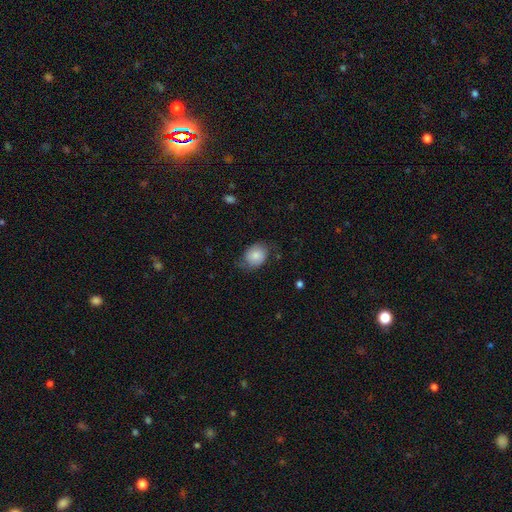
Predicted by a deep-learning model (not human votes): Overall: smooth (74%). How rounded: round (50%; in between 49%). Merging: none (61%; minor disturbance 28%).